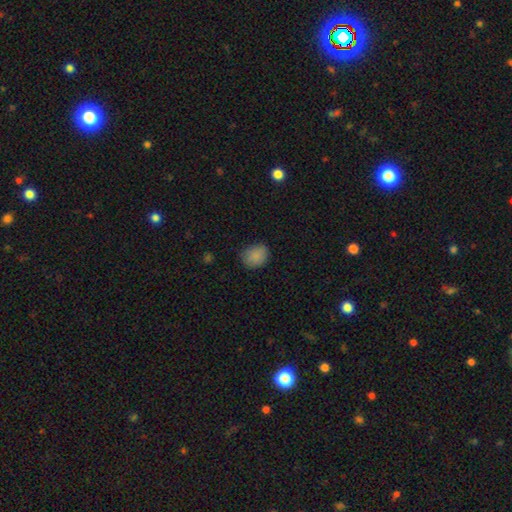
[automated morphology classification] Smooth or featured?
  - smooth: 86% *
  - star or artifact: 9%
  - featured or disk: 4%
How rounded?
  - round: 58% *
  - in between: 42%
  - cigar-shaped: 1%
Merging?
  - none: 80% *
  - minor disturbance: 16%
  - major disturbance: 3%
  - merger: 1%